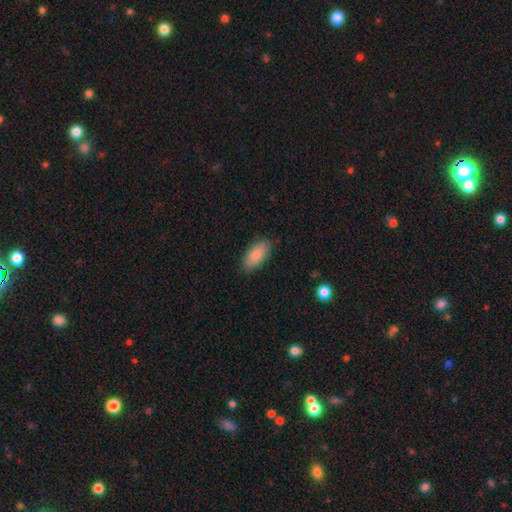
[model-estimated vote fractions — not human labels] Morphology: type=smooth (86%); roundness=in between (91%); merging=none (85%).